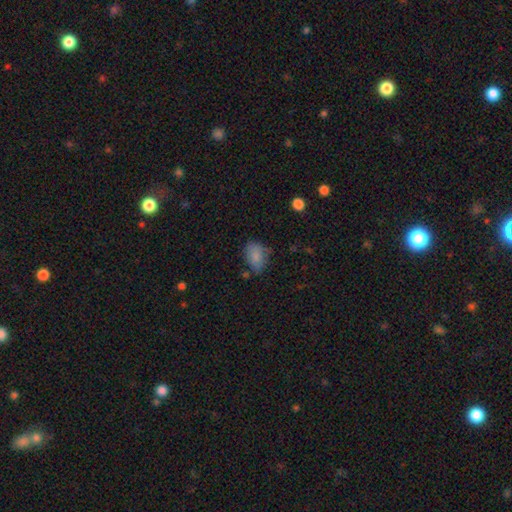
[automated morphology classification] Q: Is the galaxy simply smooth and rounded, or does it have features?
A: smooth — 81%.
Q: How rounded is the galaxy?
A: in between — 81%.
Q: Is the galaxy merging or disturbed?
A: none — 56%.